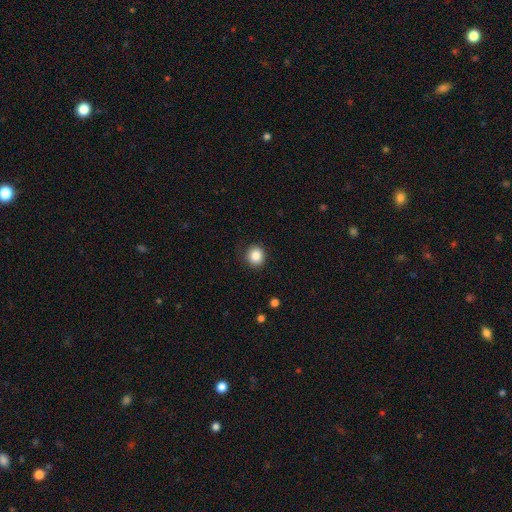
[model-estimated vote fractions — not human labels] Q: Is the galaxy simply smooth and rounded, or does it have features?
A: smooth — 85%.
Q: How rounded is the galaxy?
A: round — 88%.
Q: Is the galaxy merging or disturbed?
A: none — 88%.